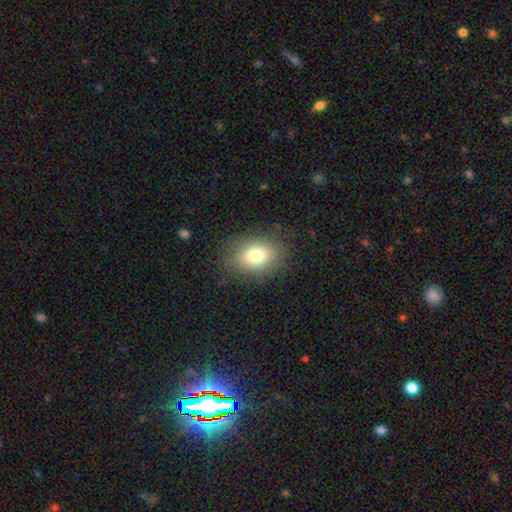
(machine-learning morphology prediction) smooth_or_featured: smooth (p=0.76) [alt: featured or disk p=0.13]
how_rounded: in between (p=0.73) [alt: round p=0.25]
merging: none (p=0.82) [alt: minor disturbance p=0.12]